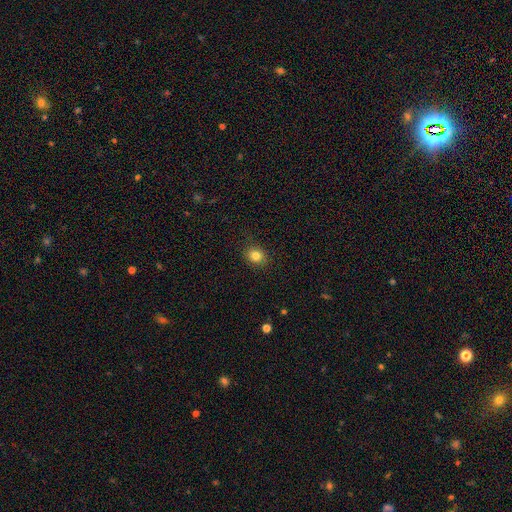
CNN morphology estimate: Smooth or featured: smooth — 83% (star or artifact — 11%)
How rounded: round — 67% (in between — 33%)
Merging: none — 87% (minor disturbance — 9%)